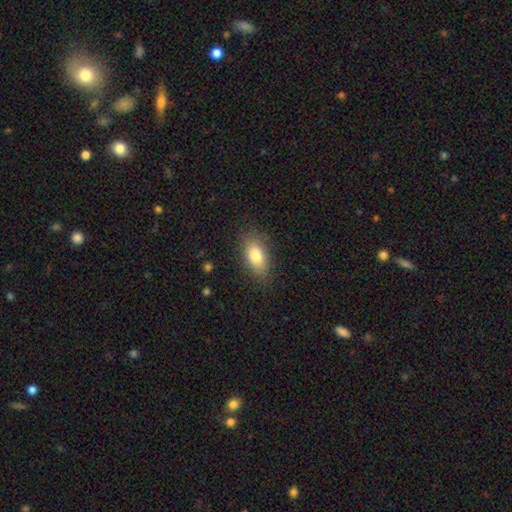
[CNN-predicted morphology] This is likely a smooth galaxy (80%). How rounded: clearly in between (87%). Merging: clearly none (82%).